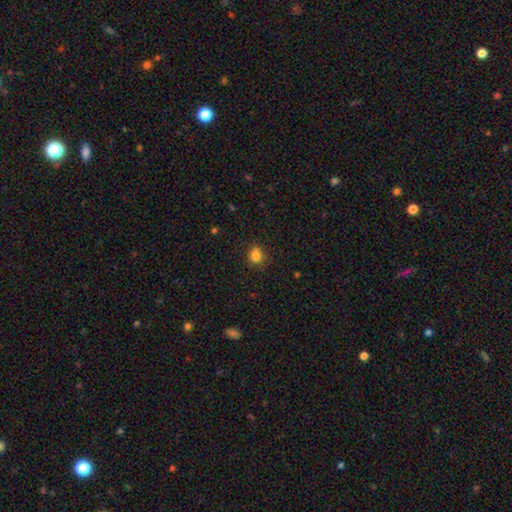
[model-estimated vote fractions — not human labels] smooth 82%, star or artifact 12%, featured or disk 5%. Down the decision tree: how rounded — round (70%); merging — none (78%).